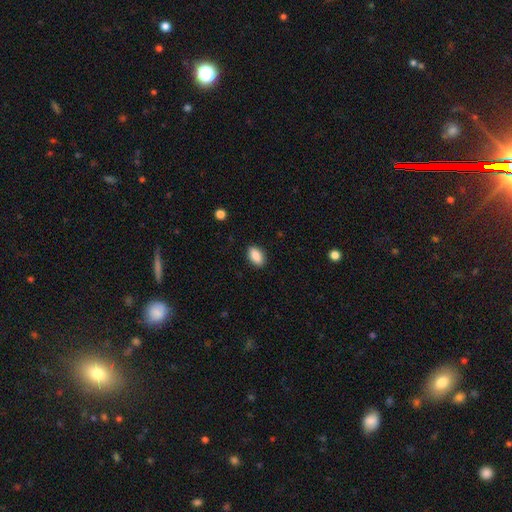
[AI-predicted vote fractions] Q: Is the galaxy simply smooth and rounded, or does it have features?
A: smooth — 89%.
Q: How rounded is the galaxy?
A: in between — 92%.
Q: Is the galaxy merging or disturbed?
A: none — 88%.